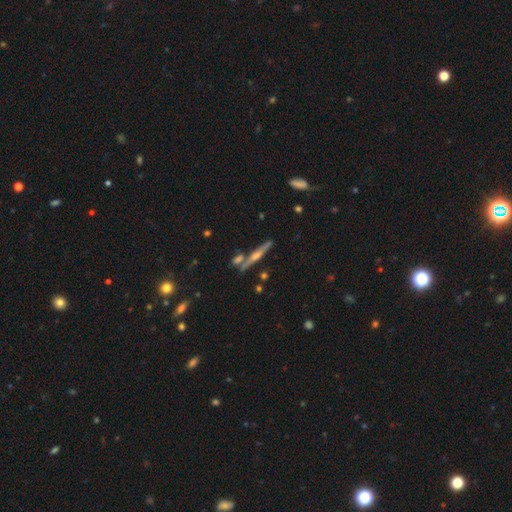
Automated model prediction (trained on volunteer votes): Overall: featured or disk (79%). Edge-on disk: yes (97%). Edge-on bulge: rounded (89%). Merging: none (78%).